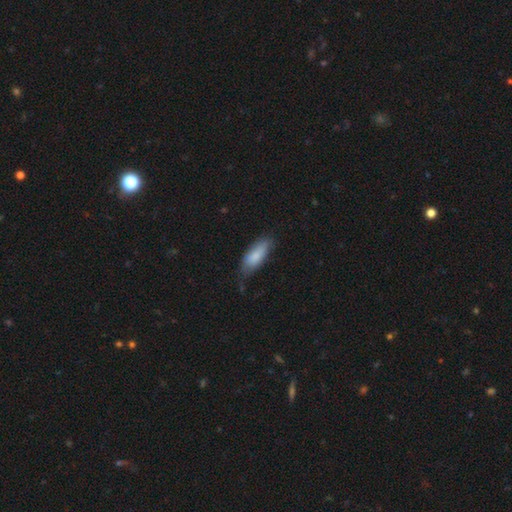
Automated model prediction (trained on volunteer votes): Morphology: type=smooth (84%); roundness=in between (73%); merging=none (64%).